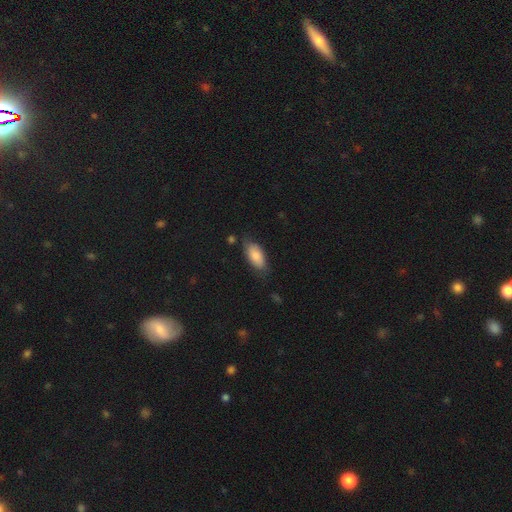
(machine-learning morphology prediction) A smooth galaxy with no disk features (83%) that is in between round and cigar-shaped (89%).

Vote fractions:
- Smooth or featured? smooth: 83% / featured or disk: 11% / star or artifact: 6%
- How rounded? in between: 89% / cigar-shaped: 9% / round: 2%
- Merging? none: 69% / minor disturbance: 24% / major disturbance: 5% / merger: 2%